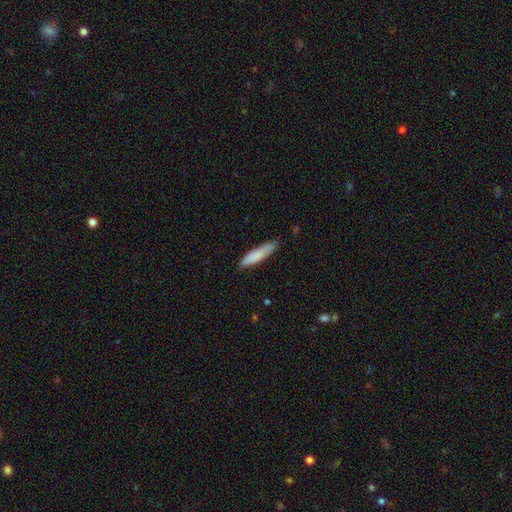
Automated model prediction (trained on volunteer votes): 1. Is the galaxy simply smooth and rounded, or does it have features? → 83% smooth, 12% featured or disk, 6% star or artifact.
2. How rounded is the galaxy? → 82% cigar-shaped, 17% in between, 1% round.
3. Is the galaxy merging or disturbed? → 81% none, 16% minor disturbance, 2% major disturbance, 1% merger.